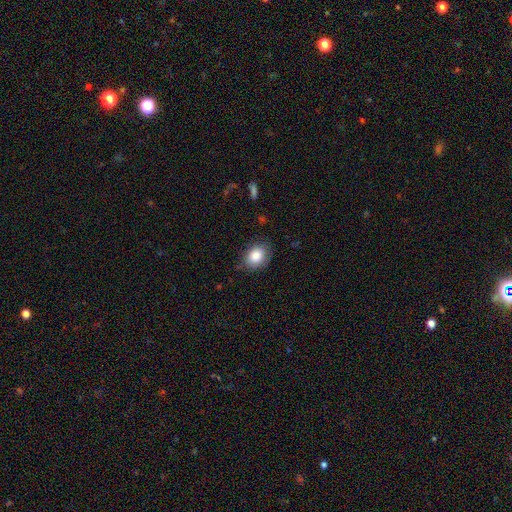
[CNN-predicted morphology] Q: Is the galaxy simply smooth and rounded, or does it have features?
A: smooth — 85%.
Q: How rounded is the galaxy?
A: in between — 57%.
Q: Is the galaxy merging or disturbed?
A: none — 77%.